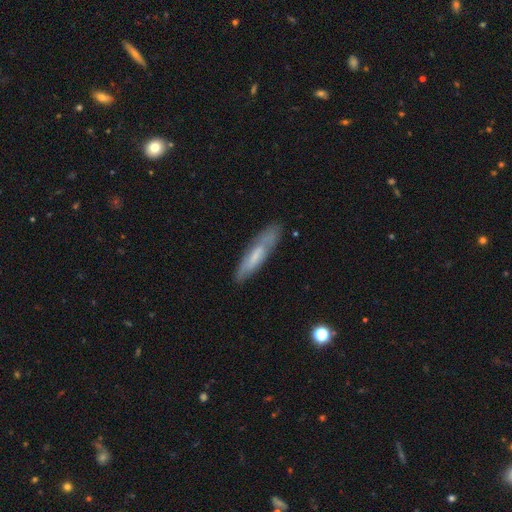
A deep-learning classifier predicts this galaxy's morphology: A smooth galaxy with no disk features (54%) that is cigar-shaped (76%).

Vote fractions:
- Smooth or featured? smooth: 54% / featured or disk: 39% / star or artifact: 7%
- How rounded? cigar-shaped: 76% / in between: 22% / round: 2%
- Merging? none: 74% / minor disturbance: 18% / major disturbance: 5% / merger: 3%